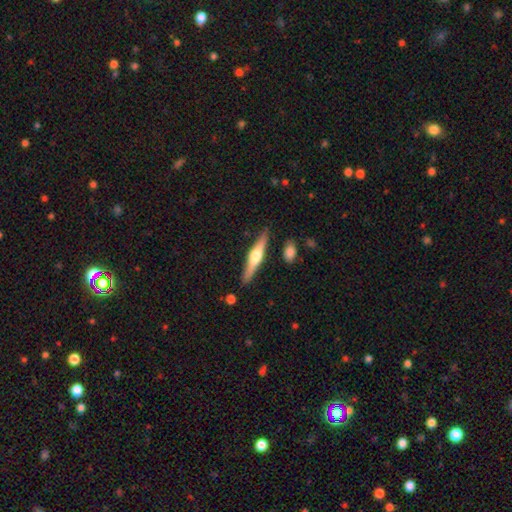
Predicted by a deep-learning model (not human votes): smooth-or-featured: featured or disk: 63% | smooth: 32% | star or artifact: 5%
  disk-edge-on: yes: 97% | no: 3%
    edge-on-bulge: rounded: 90% | boxy: 6% | none: 3%
  merging: none: 87% | minor disturbance: 9% | merger: 3% | major disturbance: 2%